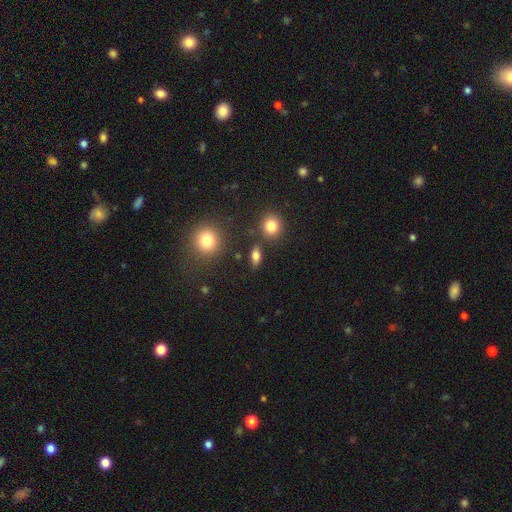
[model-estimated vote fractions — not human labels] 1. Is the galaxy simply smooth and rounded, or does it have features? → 78% smooth, 11% star or artifact, 11% featured or disk.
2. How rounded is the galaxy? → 70% in between, 21% round, 9% cigar-shaped.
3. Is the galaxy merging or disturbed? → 81% none, 10% minor disturbance, 5% merger, 4% major disturbance.